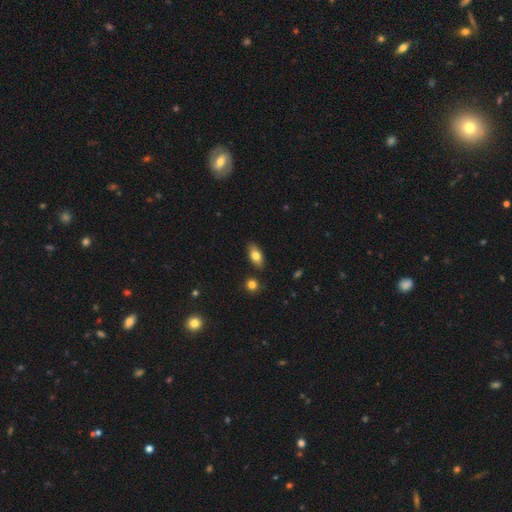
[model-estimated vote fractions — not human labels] smooth 79%, featured or disk 13%, star or artifact 8%. Down the decision tree: how rounded — in between (88%); merging — none (84%).